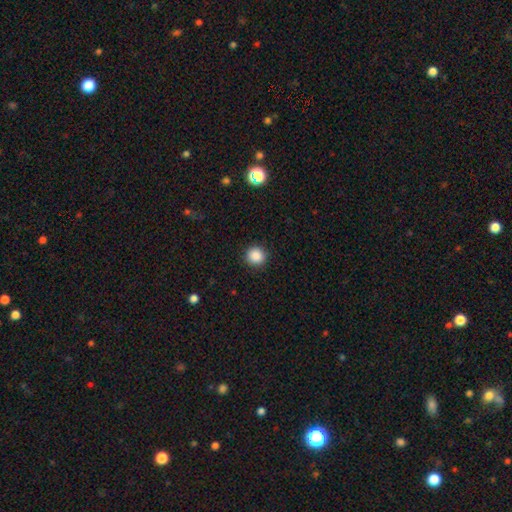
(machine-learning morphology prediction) type=smooth (88%); roundness=round (94%); merging=none (92%).